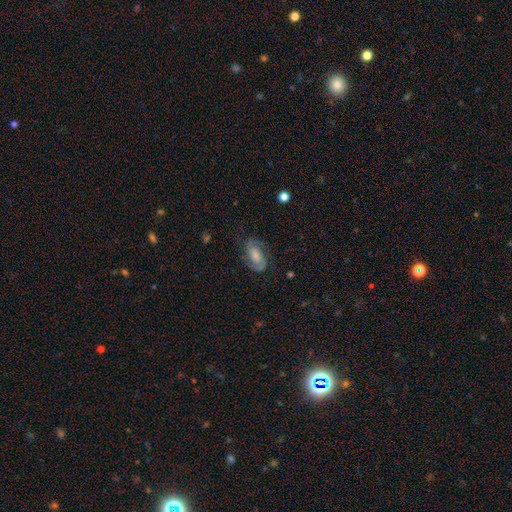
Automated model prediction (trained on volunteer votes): Morphology: type=featured or disk (77%); edge-on=no (97%); bar=no (48%); spiral arms=yes (95%); winding=medium (47%); arm count=2 (87%); bulge=small (41%); merging=none (75%).